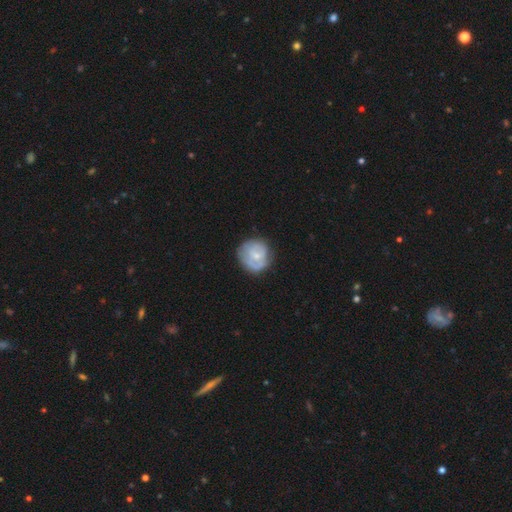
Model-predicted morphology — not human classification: Smooth or featured: featured or disk — 48% (smooth — 46%)
Merging: none — 67% (minor disturbance — 23%)